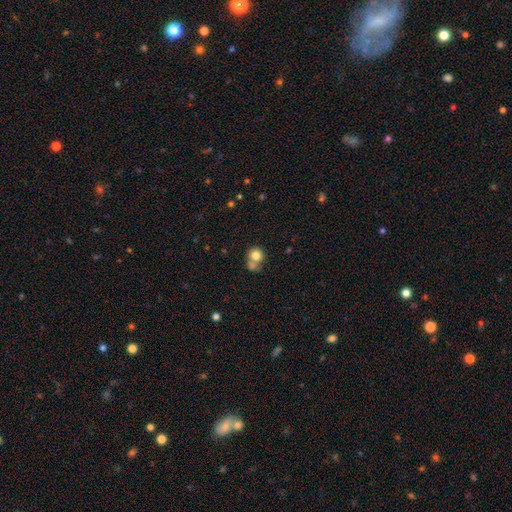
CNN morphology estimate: Overall: smooth (77%). How rounded: round (84%). Merging: merger (43%; none 42%).